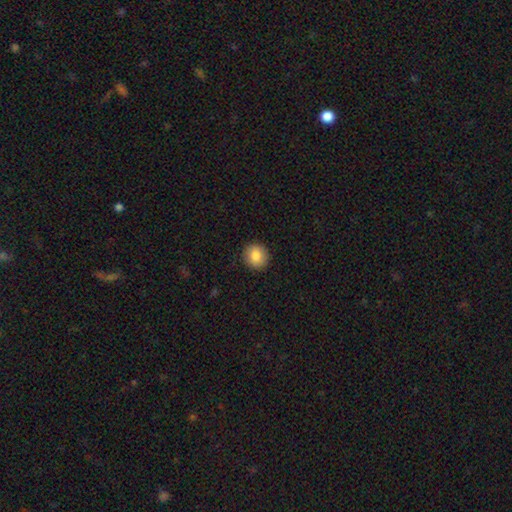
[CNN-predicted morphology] type=smooth (85%); roundness=round (88%); merging=none (92%).